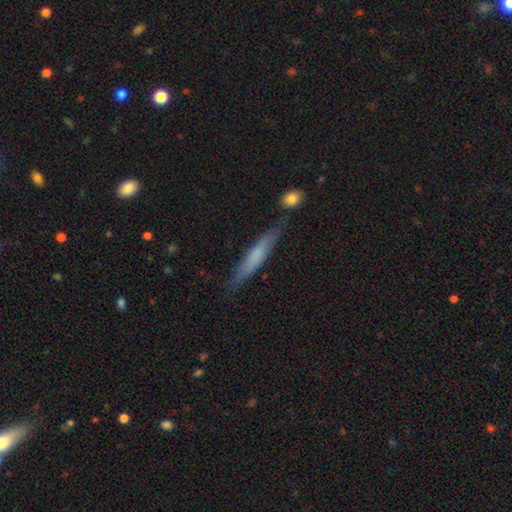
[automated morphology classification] A smooth galaxy with no disk features (58%) that is cigar-shaped (91%).

Vote fractions:
- Smooth or featured? smooth: 58% / featured or disk: 35% / star or artifact: 7%
- How rounded? cigar-shaped: 91% / in between: 7% / round: 2%
- Merging? none: 74% / minor disturbance: 16% / merger: 5% / major disturbance: 4%